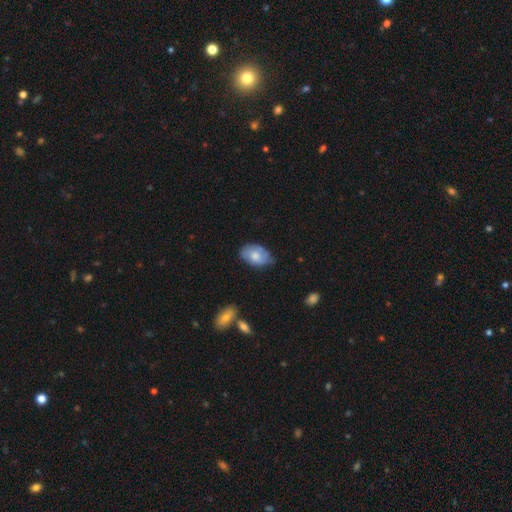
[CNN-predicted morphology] smooth_or_featured: smooth (p=0.63) [alt: featured or disk p=0.31]
how_rounded: in between (p=0.88) [alt: round p=0.10]
merging: none (p=0.63) [alt: minor disturbance p=0.30]